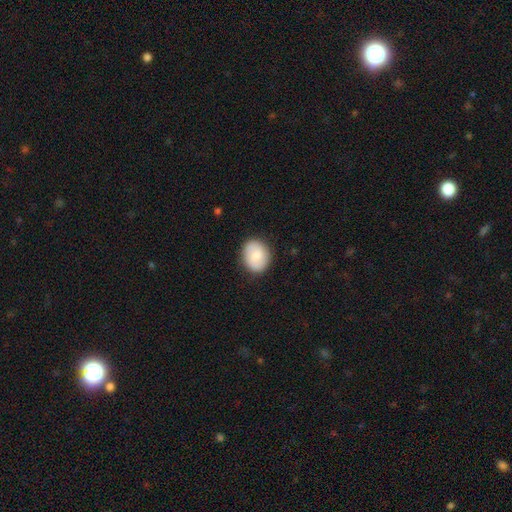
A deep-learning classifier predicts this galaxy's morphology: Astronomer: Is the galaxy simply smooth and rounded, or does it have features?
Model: smooth — 74%.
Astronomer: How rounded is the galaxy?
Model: in between — 50% (runner-up: round, 49%).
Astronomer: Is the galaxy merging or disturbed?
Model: none — 86%.